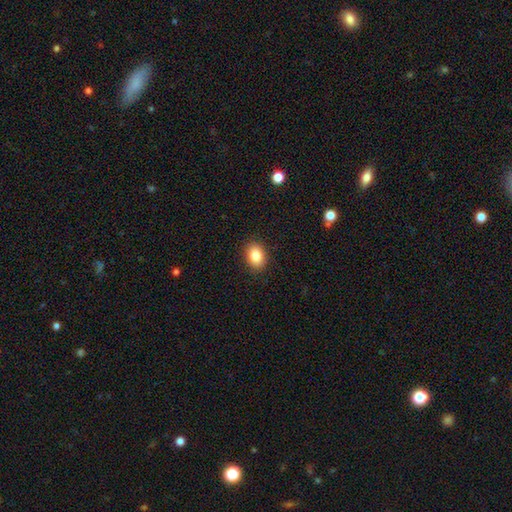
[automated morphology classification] Q: Smooth or featured?
A: smooth (86%); runner-up: star or artifact (8%)
Q: How rounded?
A: in between (74%); runner-up: round (25%)
Q: Merging?
A: none (89%); runner-up: minor disturbance (7%)